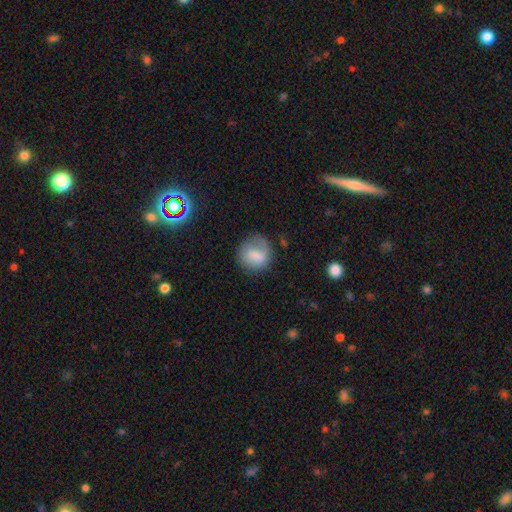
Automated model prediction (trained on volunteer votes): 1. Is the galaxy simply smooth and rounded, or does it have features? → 72% smooth, 20% featured or disk, 8% star or artifact.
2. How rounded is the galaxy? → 80% round, 18% in between, 1% cigar-shaped.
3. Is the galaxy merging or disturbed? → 61% none, 23% minor disturbance, 13% major disturbance, 2% merger.